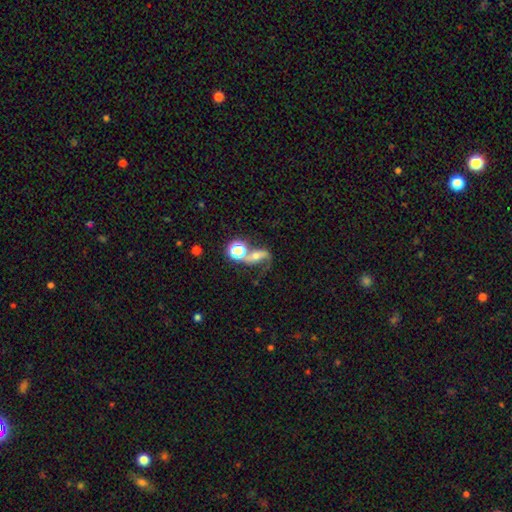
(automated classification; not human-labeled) Smooth or featured? featured or disk (61%)
Edge-on disk? no (92%)
Bar? no (45%)
Spiral arms? yes (86%)
Bulge size? moderate (54%)
Merging? none (45%)